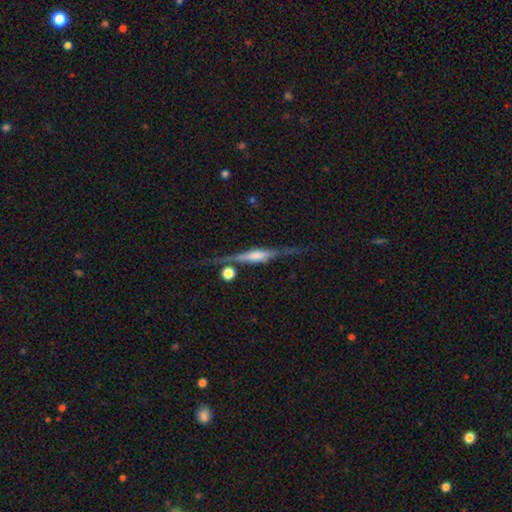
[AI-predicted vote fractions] Q: Smooth or featured?
A: featured or disk (74%); runner-up: smooth (20%)
Q: Edge-on disk?
A: yes (96%); runner-up: no (4%)
Q: Edge-on bulge?
A: rounded (55%); runner-up: boxy (34%)
Q: Merging?
A: none (75%); runner-up: minor disturbance (15%)